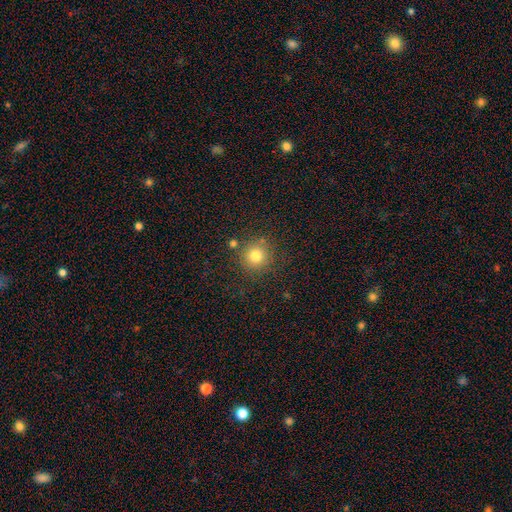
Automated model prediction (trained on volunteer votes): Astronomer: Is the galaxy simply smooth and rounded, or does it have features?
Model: smooth — 79%.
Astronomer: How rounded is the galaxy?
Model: round — 94%.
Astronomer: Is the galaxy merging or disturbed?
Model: none — 82%.